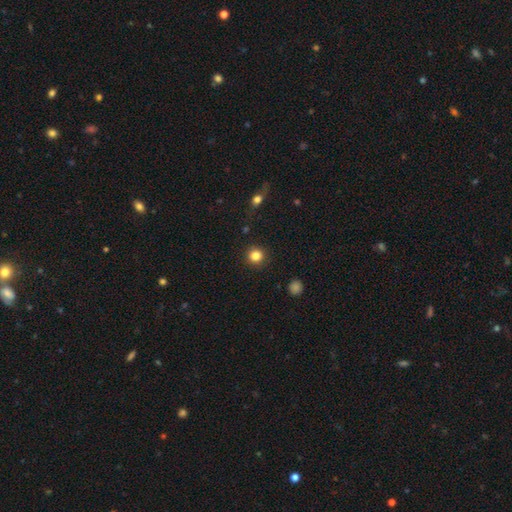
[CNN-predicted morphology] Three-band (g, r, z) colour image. It shows a smooth galaxy with no disk features (83%) that is round (94%). Merging: none (91%).